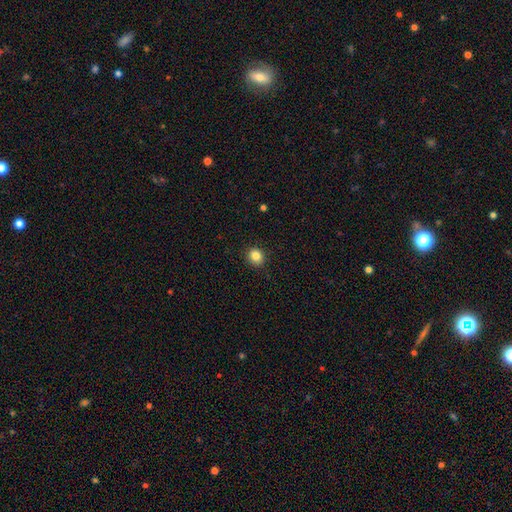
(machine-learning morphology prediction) Smooth or featured?
  - smooth: 84% *
  - star or artifact: 11%
  - featured or disk: 5%
How rounded?
  - round: 79% *
  - in between: 20%
  - cigar-shaped: 1%
Merging?
  - none: 91% *
  - minor disturbance: 7%
  - major disturbance: 2%
  - merger: 1%